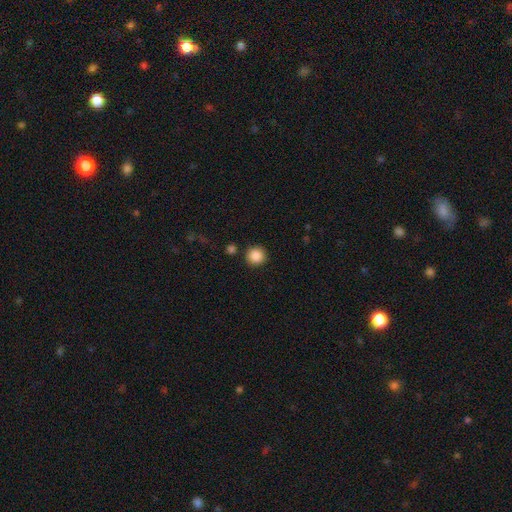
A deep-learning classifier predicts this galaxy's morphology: Smooth or featured? smooth (88%)
How rounded? round (94%)
Merging? none (89%)